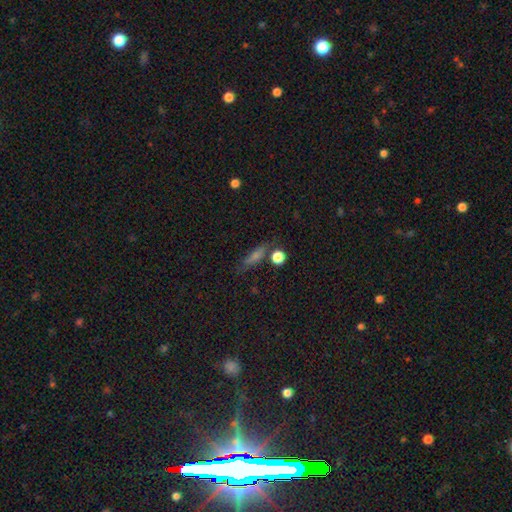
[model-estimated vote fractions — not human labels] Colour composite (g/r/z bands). It shows a smooth galaxy with no disk features (52%) that is cigar-shaped (58%). Merging: none (74%).